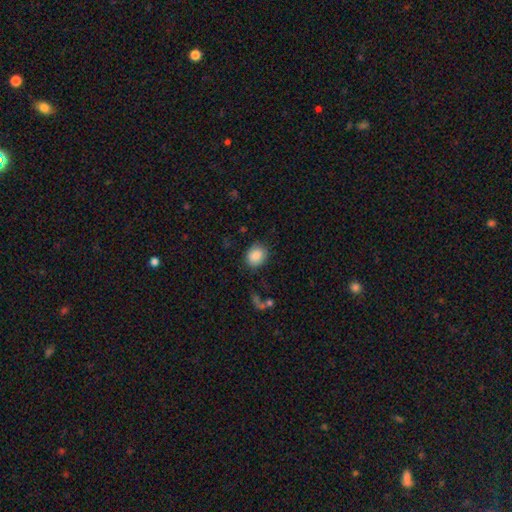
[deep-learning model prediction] A smooth galaxy with no disk features (87%) that is round (57%).

Vote fractions:
- Smooth or featured? smooth: 87% / star or artifact: 8% / featured or disk: 5%
- How rounded? round: 57% / in between: 42% / cigar-shaped: 1%
- Merging? none: 83% / minor disturbance: 12% / major disturbance: 4% / merger: 2%